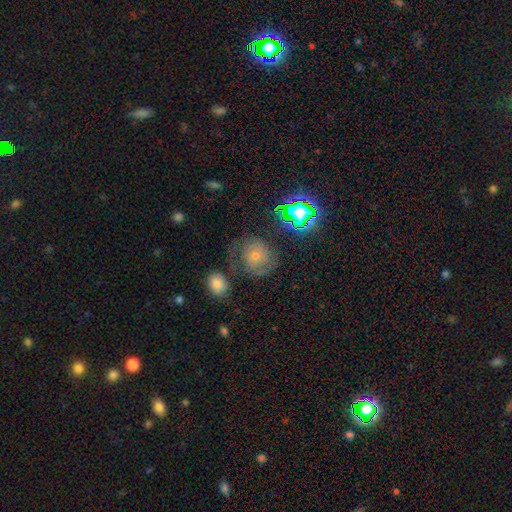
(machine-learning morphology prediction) Smooth or featured: featured or disk — 44% (smooth — 33%)
Merging: none — 64% (minor disturbance — 19%)